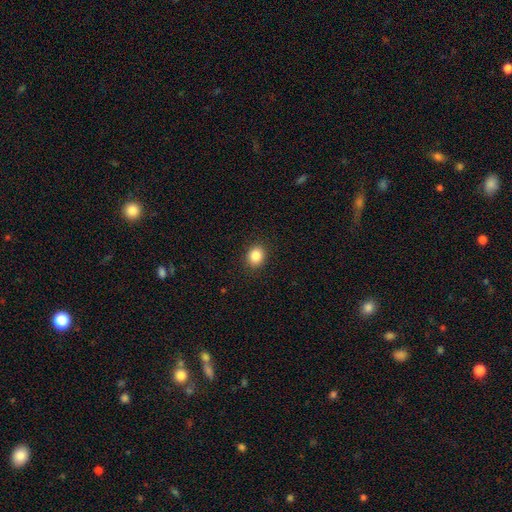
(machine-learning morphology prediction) Q: Smooth or featured?
A: smooth (86%); runner-up: star or artifact (10%)
Q: How rounded?
A: round (63%); runner-up: in between (36%)
Q: Merging?
A: none (90%); runner-up: minor disturbance (7%)